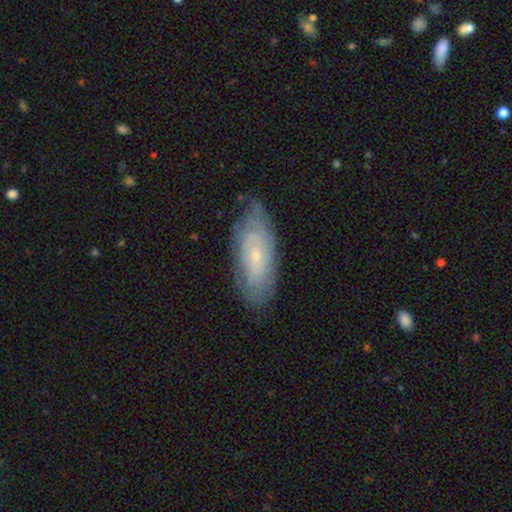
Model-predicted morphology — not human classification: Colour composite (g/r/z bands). It shows a featured or disk galaxy (55%). Merging: none (73%).